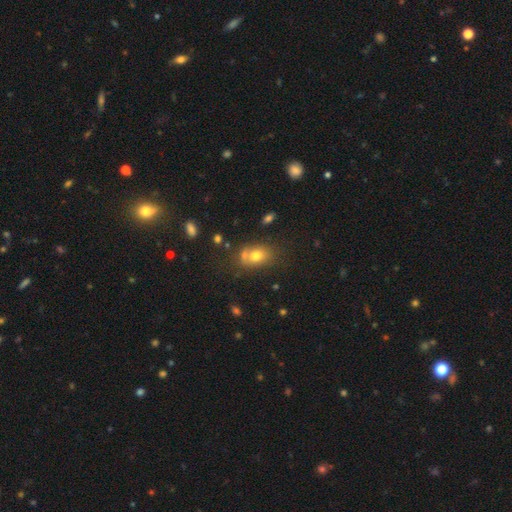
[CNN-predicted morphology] smooth 71%, featured or disk 15%, star or artifact 14%. Down the decision tree: how rounded — in between (62%); merging — none (50%).